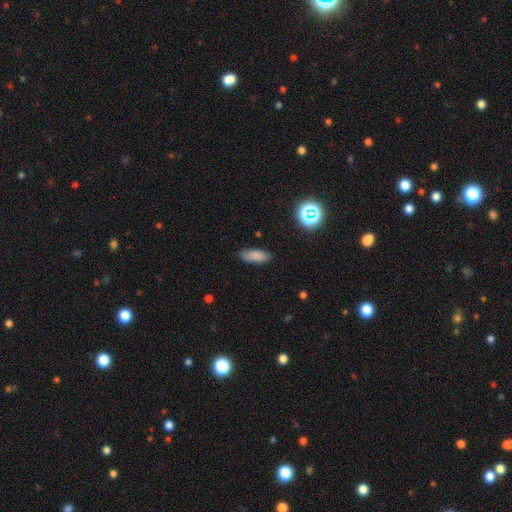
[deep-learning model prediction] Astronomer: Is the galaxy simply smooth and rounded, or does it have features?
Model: smooth — 84%.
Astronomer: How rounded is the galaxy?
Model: in between — 74%.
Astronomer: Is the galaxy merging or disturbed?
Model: none — 84%.